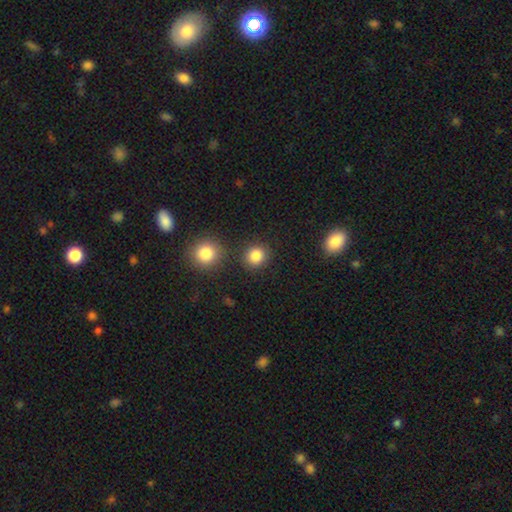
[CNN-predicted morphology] Smooth or featured?
  - smooth: 85% *
  - star or artifact: 11%
  - featured or disk: 4%
How rounded?
  - round: 85% *
  - in between: 14%
  - cigar-shaped: 1%
Merging?
  - none: 83% *
  - minor disturbance: 7%
  - merger: 6%
  - major disturbance: 3%